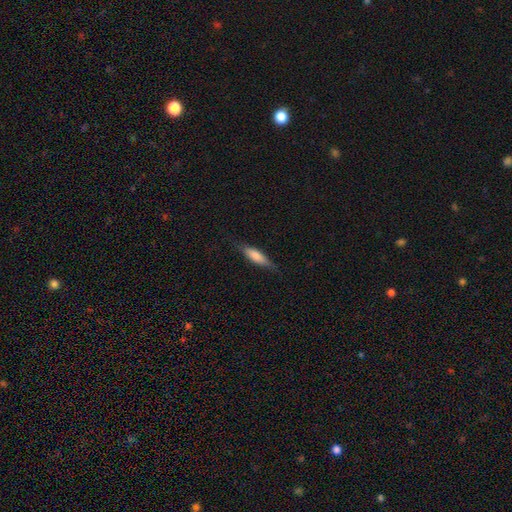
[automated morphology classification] This appears to be a smooth galaxy with no disk features (71%) that is cigar-shaped (64%). Merging: none (79%).